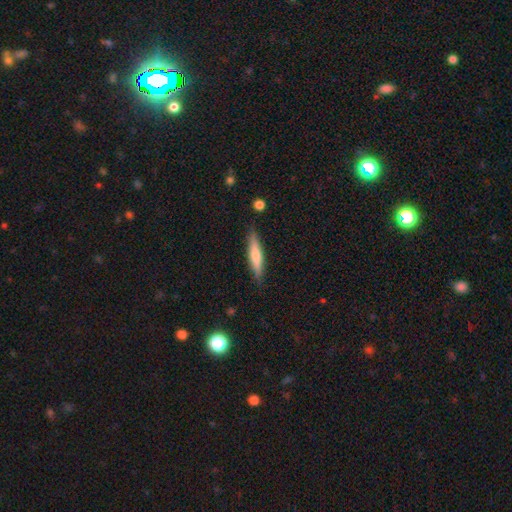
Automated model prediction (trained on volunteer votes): Q: Smooth or featured?
A: smooth (58%); runner-up: featured or disk (36%)
Q: How rounded?
A: cigar-shaped (87%); runner-up: in between (11%)
Q: Merging?
A: none (87%); runner-up: minor disturbance (10%)